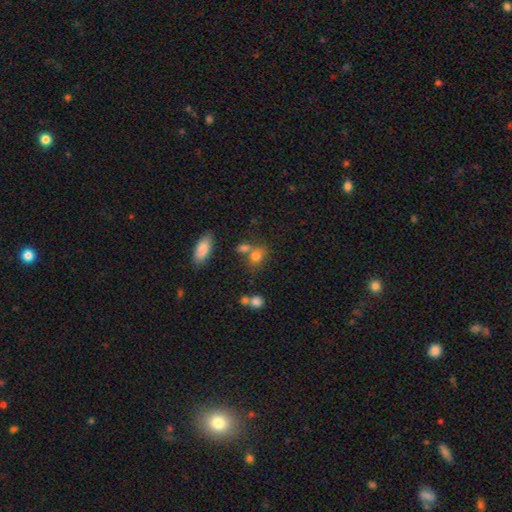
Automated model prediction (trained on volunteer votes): Smooth or featured? smooth (77%)
How rounded? in between (49%, tied with round)
Merging? none (49%)